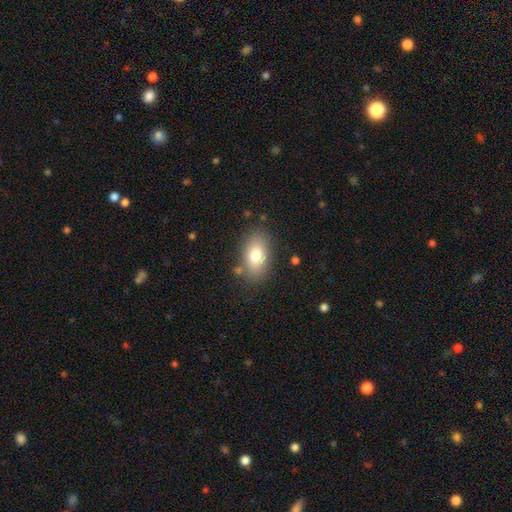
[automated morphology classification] Smooth or featured? Predicted: smooth (p=0.77). How rounded? Predicted: in between (p=0.89). Merging? Predicted: none (p=0.79).